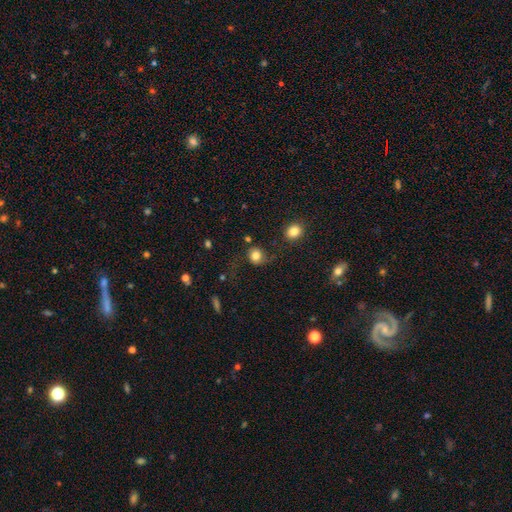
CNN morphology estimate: This appears to be a smooth galaxy with no disk features (77%) that is round (83%). Merging: none (61%).